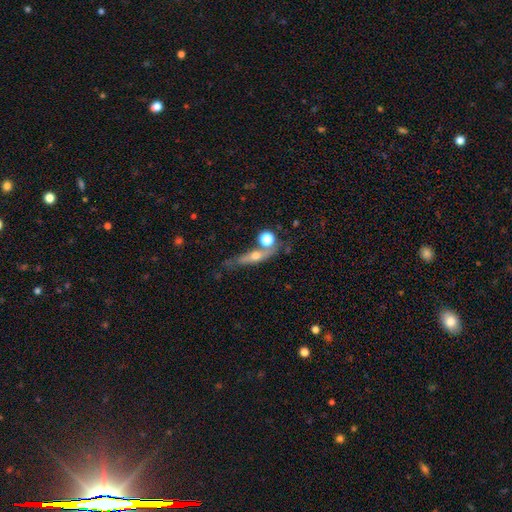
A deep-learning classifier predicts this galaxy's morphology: This is possibly a featured or disk galaxy (54%). It is likely viewed edge-on (79%). Merging: possibly none (59%).